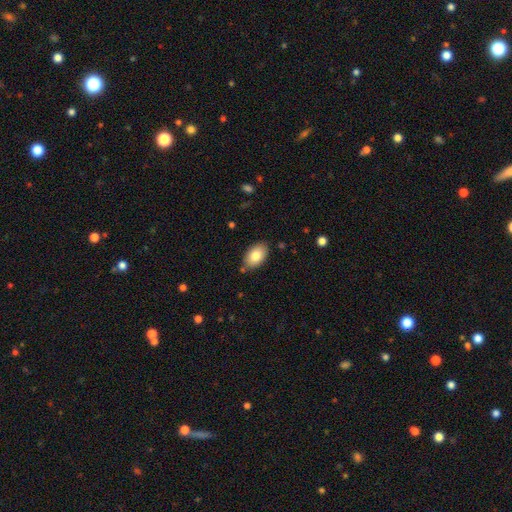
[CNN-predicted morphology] The model was most divided on "merging": none: 81%, minor disturbance: 14%, merger: 3%, major disturbance: 3%. More confident: how rounded — in between (91%); smooth or featured — smooth (81%).